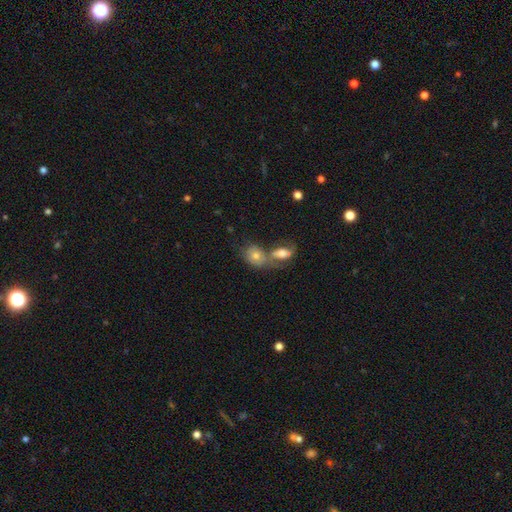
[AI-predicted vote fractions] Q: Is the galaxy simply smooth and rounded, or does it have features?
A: smooth — 70%.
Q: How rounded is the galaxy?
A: in between — 67%.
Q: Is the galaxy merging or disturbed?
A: merger — 57%.